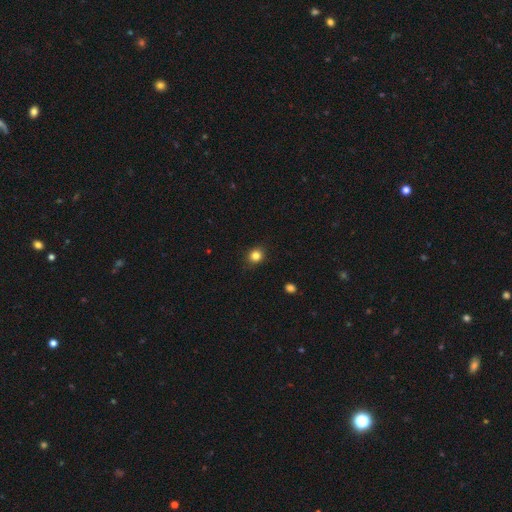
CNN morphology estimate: A smooth galaxy with no disk features (83%) that is round (80%). Merging: none (88%).